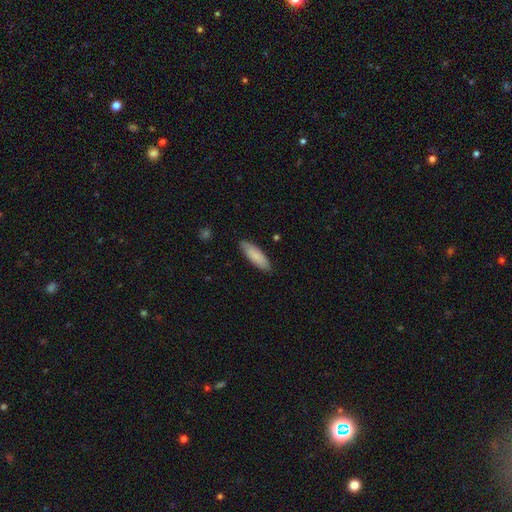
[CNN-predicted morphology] type=smooth (83%); roundness=in between (54%); merging=none (84%).